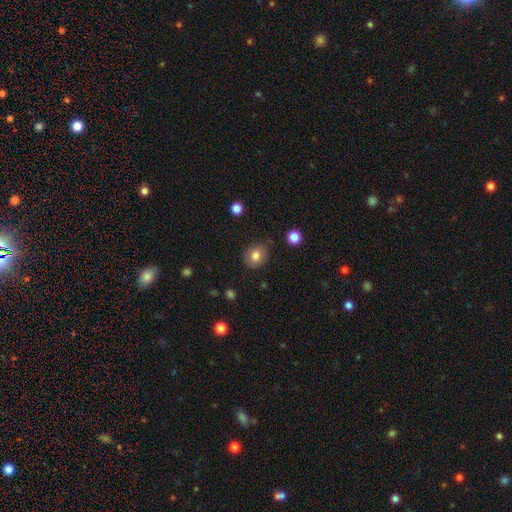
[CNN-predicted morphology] This is clearly a smooth galaxy (82%). How rounded: likely round (73%). Merging: clearly none (80%).